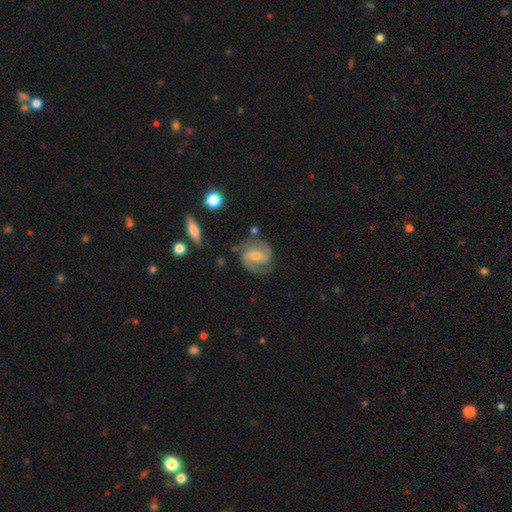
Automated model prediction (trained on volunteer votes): Morphology: type=featured or disk (87%); edge-on=no (97%); bar=weak (42%); spiral arms=yes (97%); winding=medium (56%); arm count=2 (90%); bulge=small (50%); merging=none (77%).